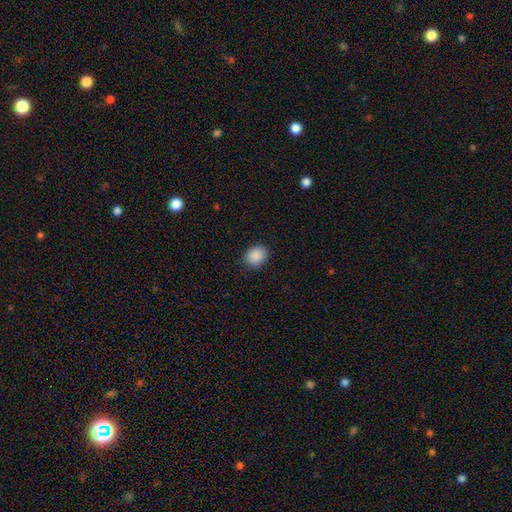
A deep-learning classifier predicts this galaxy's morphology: Smooth or featured? Predicted: smooth (p=0.89). How rounded? Predicted: in between (p=0.51). Merging? Predicted: none (p=0.88).